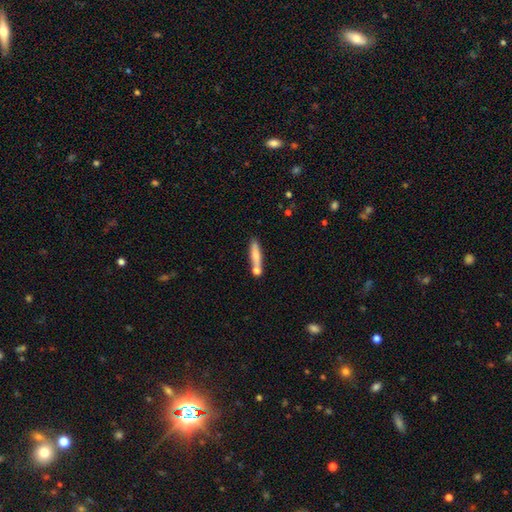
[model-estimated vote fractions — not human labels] smooth 70%, featured or disk 24%, star or artifact 6%. Down the decision tree: how rounded — cigar-shaped (82%); merging — none (60%).